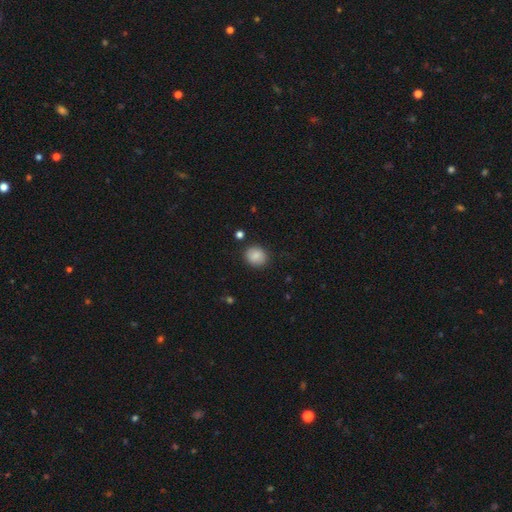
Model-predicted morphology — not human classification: This is clearly a smooth galaxy (86%). How rounded: likely round (67%). Merging: clearly none (86%).